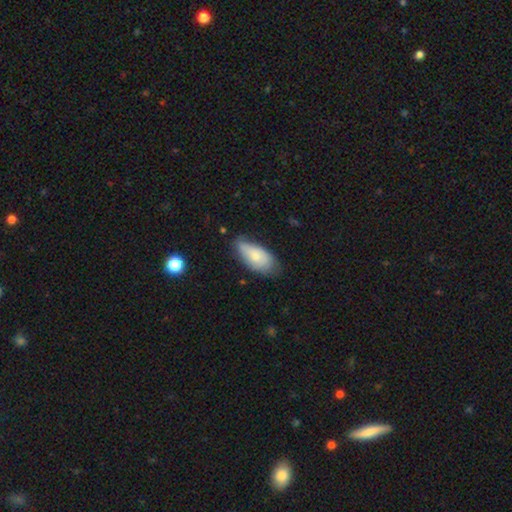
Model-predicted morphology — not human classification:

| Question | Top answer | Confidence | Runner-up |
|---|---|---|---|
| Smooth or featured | smooth | 73% | featured or disk (20%) |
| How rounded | in between | 91% | cigar-shaped (6%) |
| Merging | none | 55% | minor disturbance (35%) |